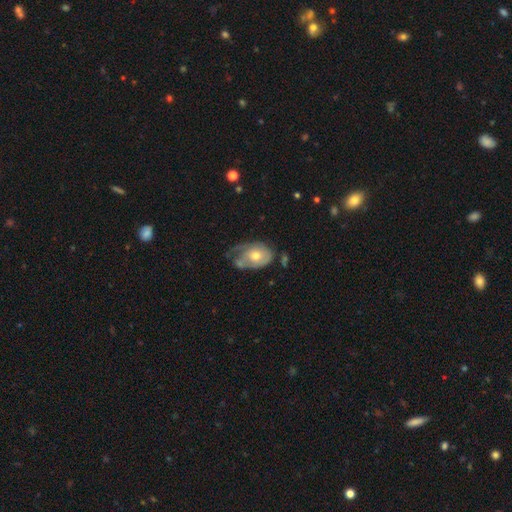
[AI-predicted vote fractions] smooth_or_featured: featured or disk (p=0.48) [alt: smooth p=0.46]
merging: minor disturbance (p=0.35) [alt: major disturbance p=0.29]